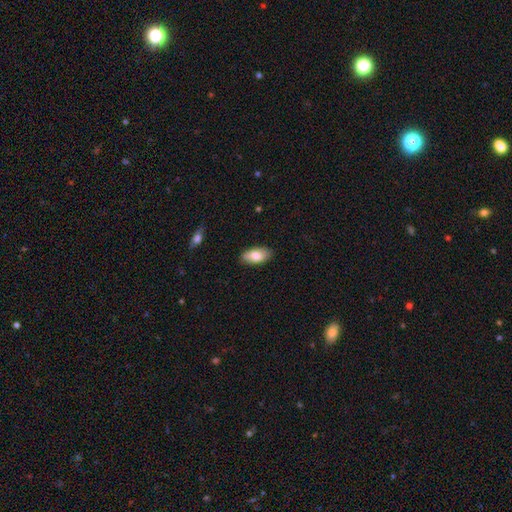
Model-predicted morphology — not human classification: smooth_or_featured: smooth (p=0.81) [alt: featured or disk p=0.13]
how_rounded: in between (p=0.93) [alt: cigar-shaped p=0.05]
merging: none (p=0.88) [alt: minor disturbance p=0.10]